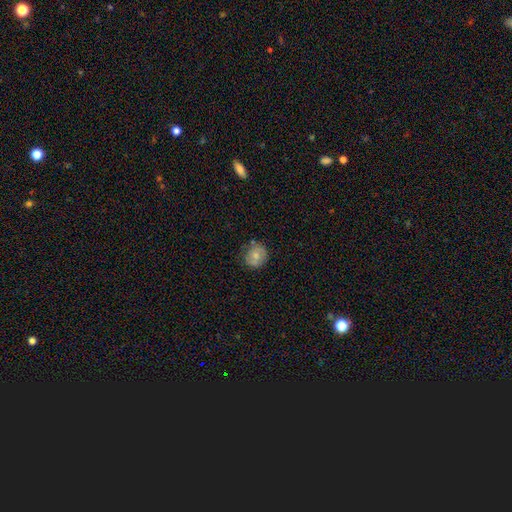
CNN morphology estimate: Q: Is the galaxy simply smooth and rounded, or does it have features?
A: smooth — 63%.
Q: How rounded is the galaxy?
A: round — 81%.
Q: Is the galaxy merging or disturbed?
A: none — 73%.